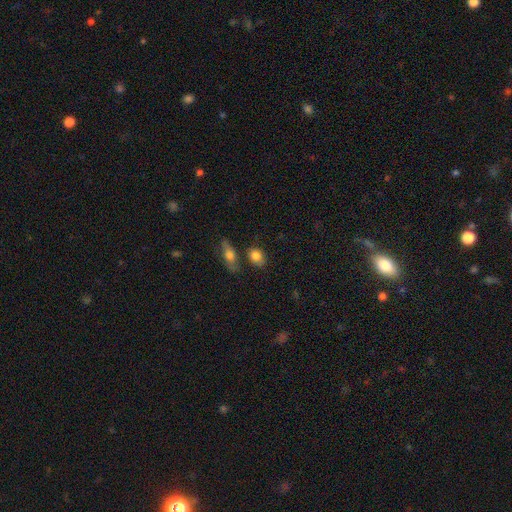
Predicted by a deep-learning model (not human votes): smooth_or_featured: smooth (p=0.82) [alt: featured or disk p=0.11]
how_rounded: in between (p=0.63) [alt: round p=0.34]
merging: none (p=0.70) [alt: minor disturbance p=0.14]